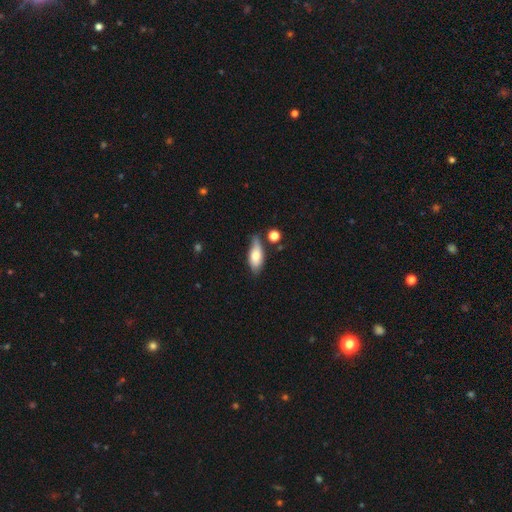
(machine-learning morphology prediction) A smooth galaxy with no disk features (67%) that is in between round and cigar-shaped (82%). Merging: none (60%).